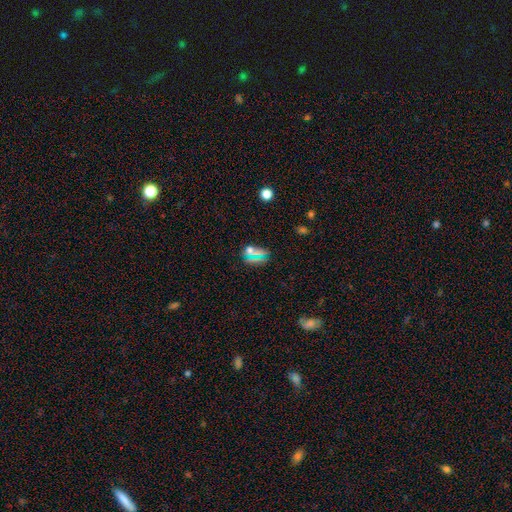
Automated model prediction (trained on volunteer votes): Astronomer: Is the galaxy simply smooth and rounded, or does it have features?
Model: smooth — 58%.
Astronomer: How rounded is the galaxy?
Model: in between — 55% (runner-up: round, 32%).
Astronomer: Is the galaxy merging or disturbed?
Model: none — 69%.